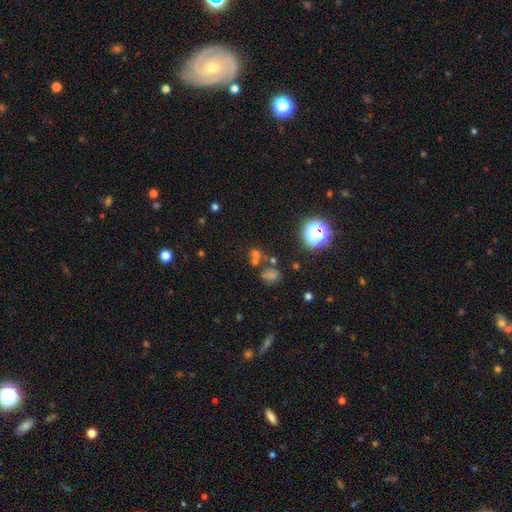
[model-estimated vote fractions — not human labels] Smooth or featured? Predicted: star or artifact (p=0.46).